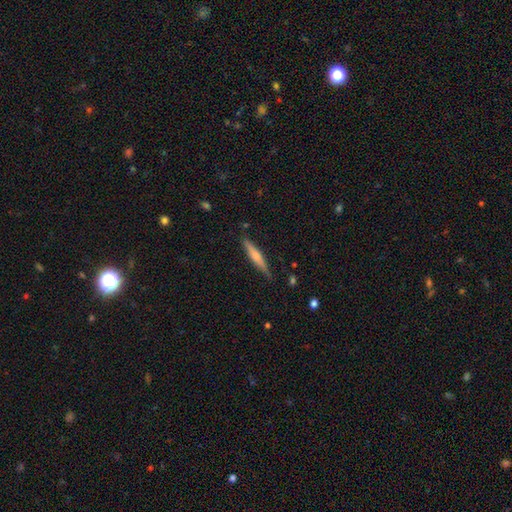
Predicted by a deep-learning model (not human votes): Overall: smooth (48%; featured or disk 46%). Merging: none (84%).